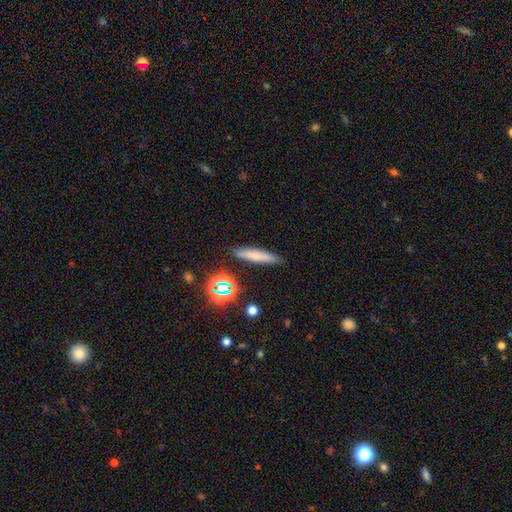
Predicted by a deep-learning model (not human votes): A smooth galaxy with no disk features (68%) that is cigar-shaped (86%). Merging: none (85%).